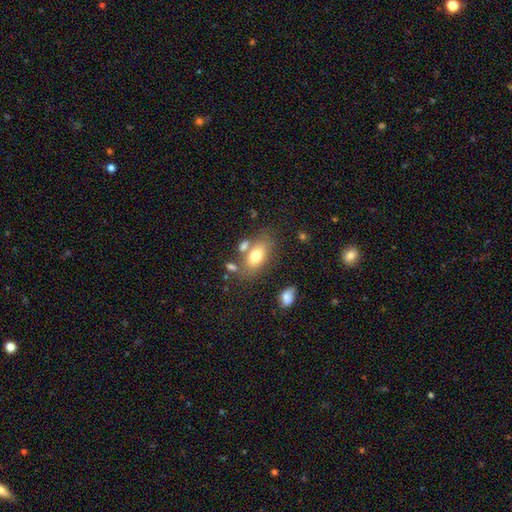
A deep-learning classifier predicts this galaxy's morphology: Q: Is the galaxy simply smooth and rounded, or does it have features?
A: smooth — 73%.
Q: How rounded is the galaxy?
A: in between — 87%.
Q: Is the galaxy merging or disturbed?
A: none — 60%.